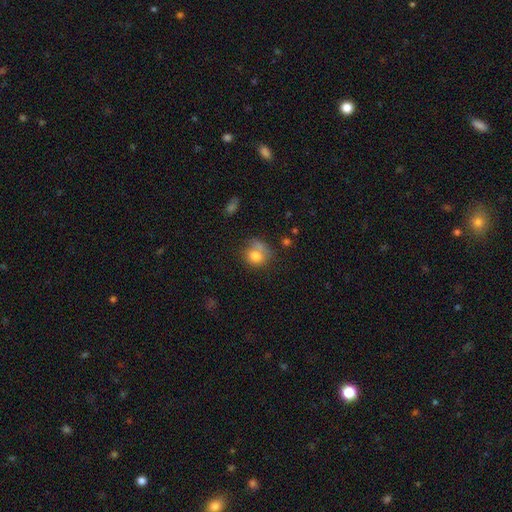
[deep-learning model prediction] This is likely a smooth galaxy (77%). How rounded: likely round (71%). Merging: marginally none (43%).